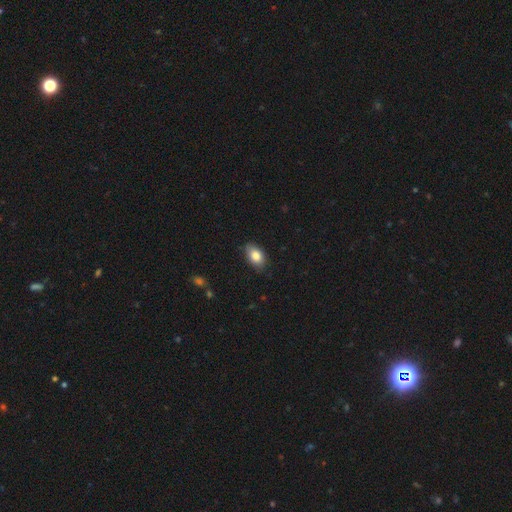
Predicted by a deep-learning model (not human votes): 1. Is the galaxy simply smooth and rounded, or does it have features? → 84% smooth, 8% featured or disk, 7% star or artifact.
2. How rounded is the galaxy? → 89% in between, 10% round, 1% cigar-shaped.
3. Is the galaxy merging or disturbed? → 82% none, 15% minor disturbance, 2% major disturbance, 1% merger.